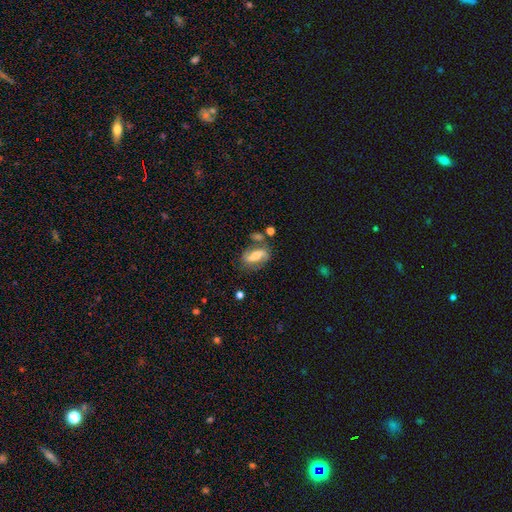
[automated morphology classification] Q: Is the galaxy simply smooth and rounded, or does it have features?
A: featured or disk — 59%.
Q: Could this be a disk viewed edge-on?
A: no — 88%.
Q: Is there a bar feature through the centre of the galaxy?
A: strong — 44%.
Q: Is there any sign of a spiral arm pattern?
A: yes — 79%.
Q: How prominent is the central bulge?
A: moderate — 59%.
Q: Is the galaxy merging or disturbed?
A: none — 63%.